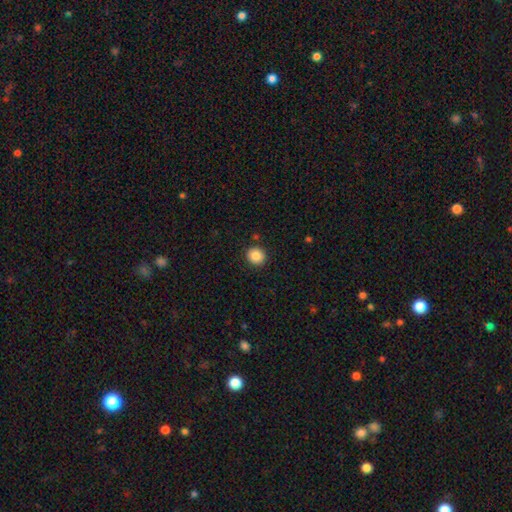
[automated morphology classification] The model was most divided on "how rounded": round: 88%, in between: 12%, cigar-shaped: 1%. More confident: merging — none (90%); smooth or featured — smooth (87%).